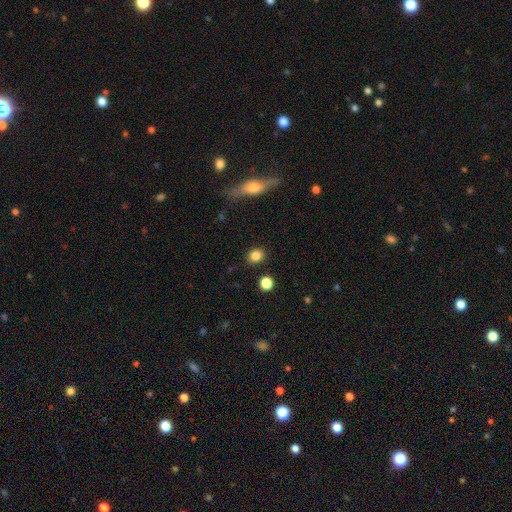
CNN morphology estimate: type=smooth (84%); roundness=round (63%); merging=none (88%).